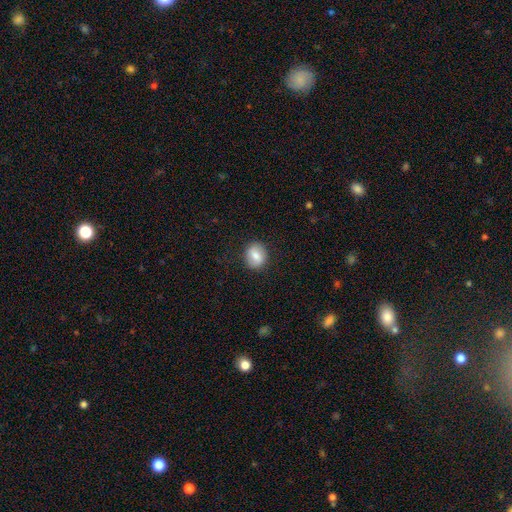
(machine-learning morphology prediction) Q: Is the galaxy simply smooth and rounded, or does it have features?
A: smooth — 72%.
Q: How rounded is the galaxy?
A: round — 66%.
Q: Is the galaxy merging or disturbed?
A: none — 86%.